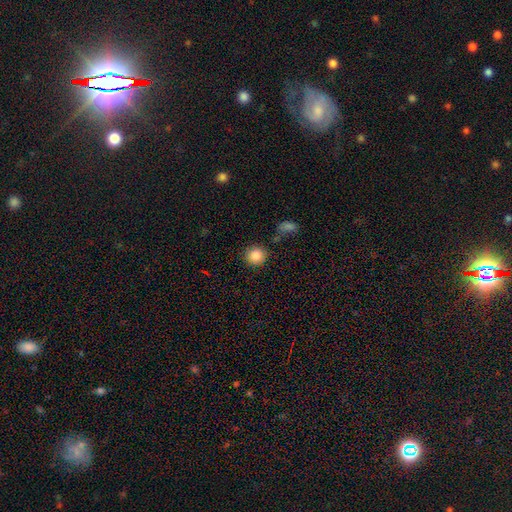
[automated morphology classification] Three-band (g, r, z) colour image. It shows a smooth galaxy with no disk features (85%) that is round (89%). Merging: none (86%).